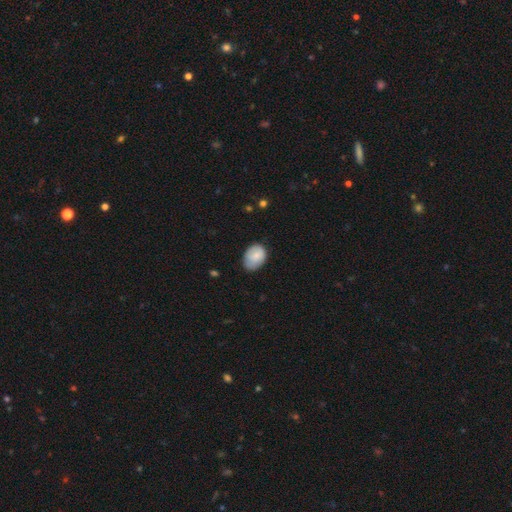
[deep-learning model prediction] Smooth or featured?
  - smooth: 83% *
  - featured or disk: 10%
  - star or artifact: 7%
How rounded?
  - in between: 74% *
  - round: 25%
  - cigar-shaped: 1%
Merging?
  - none: 61% *
  - minor disturbance: 33%
  - major disturbance: 6%
  - merger: 1%